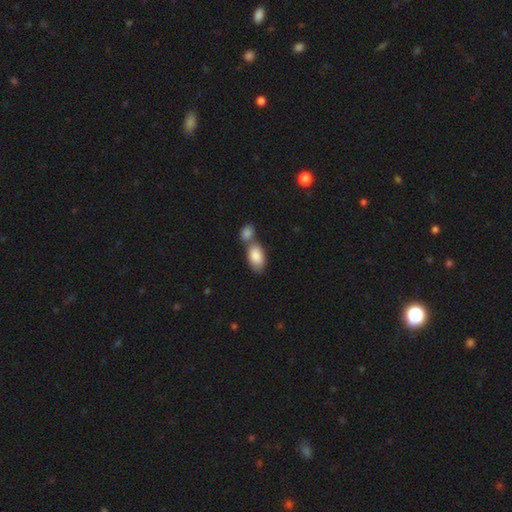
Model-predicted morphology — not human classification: Smooth or featured? Predicted: smooth (p=0.86). How rounded? Predicted: in between (p=0.93). Merging? Predicted: merger (p=0.52).